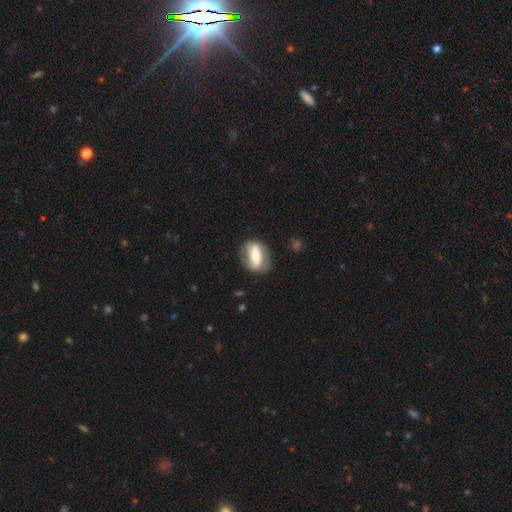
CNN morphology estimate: A featured or disk galaxy (53%).

Vote fractions:
- Smooth or featured? featured or disk: 53% / smooth: 41% / star or artifact: 6%
- Edge-on disk? no: 81% / yes: 19%
- Merging? none: 75% / minor disturbance: 17% / major disturbance: 6% / merger: 2%